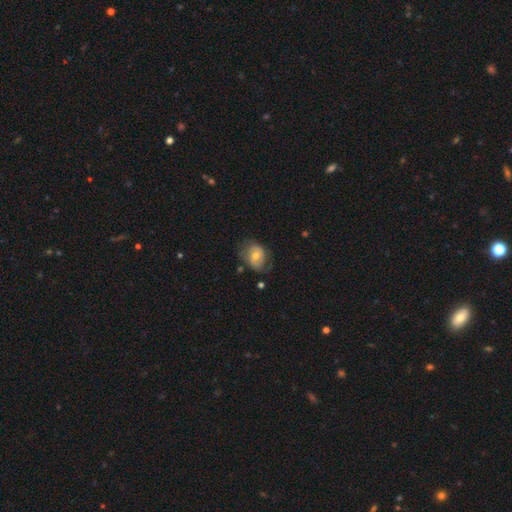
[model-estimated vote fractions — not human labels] smooth-or-featured: smooth: 49% | featured or disk: 43% | star or artifact: 8%
  merging: none: 57% | minor disturbance: 27% | major disturbance: 14% | merger: 2%